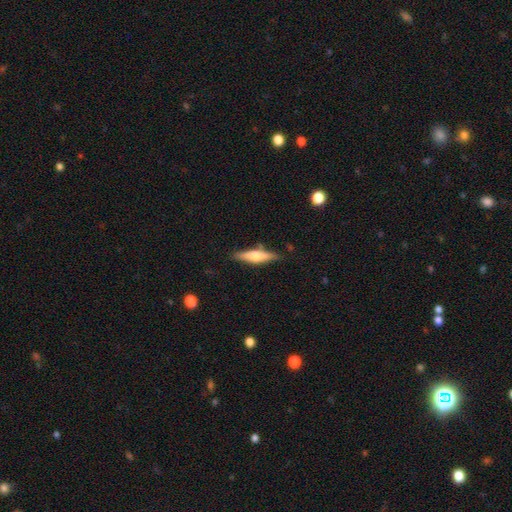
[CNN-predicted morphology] Overall: featured or disk (48%; smooth 45%). Merging: none (81%).